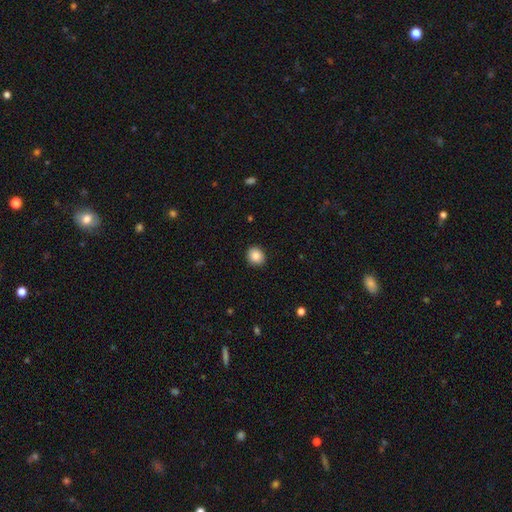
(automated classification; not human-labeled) Smooth or featured? smooth (87%)
How rounded? round (74%)
Merging? none (91%)